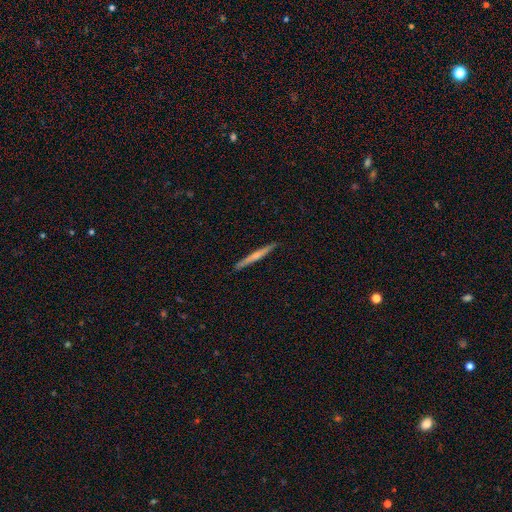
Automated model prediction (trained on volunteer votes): Morphology: type=featured or disk (49%); merging=none (92%).